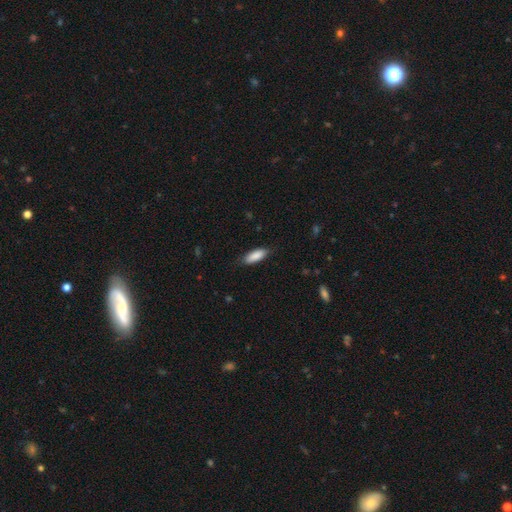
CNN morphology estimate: Q: Smooth or featured?
A: smooth (87%); runner-up: featured or disk (7%)
Q: How rounded?
A: in between (66%); runner-up: cigar-shaped (32%)
Q: Merging?
A: none (79%); runner-up: minor disturbance (16%)